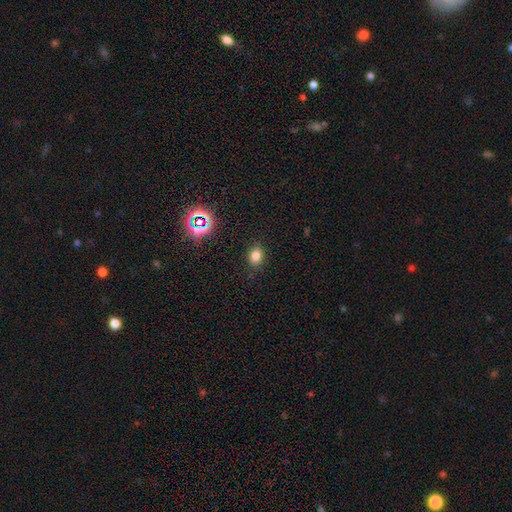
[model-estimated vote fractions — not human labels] smooth 76%, star or artifact 17%, featured or disk 6%. Down the decision tree: how rounded — in between (60%); merging — none (87%).